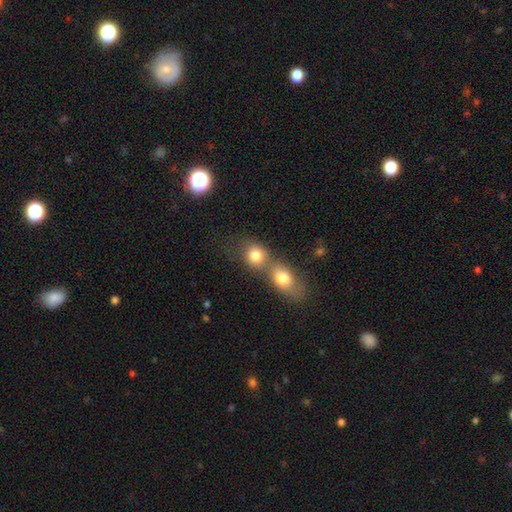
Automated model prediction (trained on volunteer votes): A smooth galaxy with no disk features (80%) that is round (66%).

Vote fractions:
- Smooth or featured? smooth: 80% / featured or disk: 10% / star or artifact: 10%
- How rounded? round: 66% / in between: 32% / cigar-shaped: 2%
- Merging? merger: 61% / none: 29% / minor disturbance: 6% / major disturbance: 3%